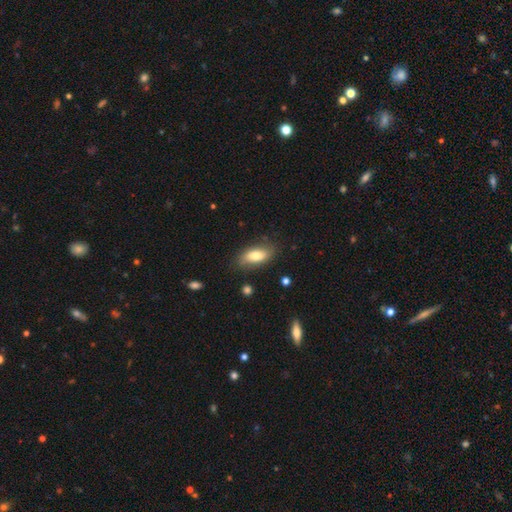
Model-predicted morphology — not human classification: A smooth galaxy with no disk features (73%) that is in between round and cigar-shaped (85%). Merging: none (77%).